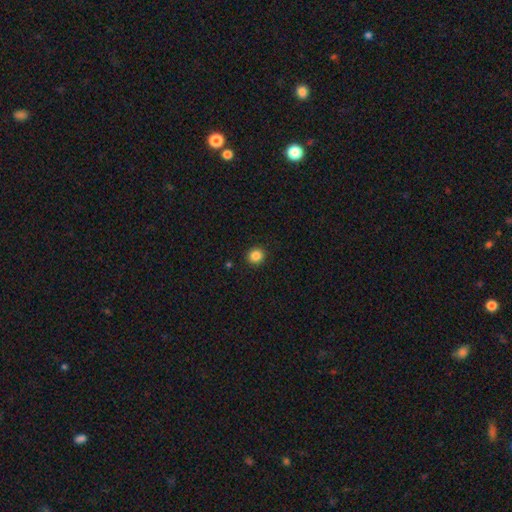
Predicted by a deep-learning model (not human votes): Overall: smooth (86%). How rounded: round (91%). Merging: none (92%).